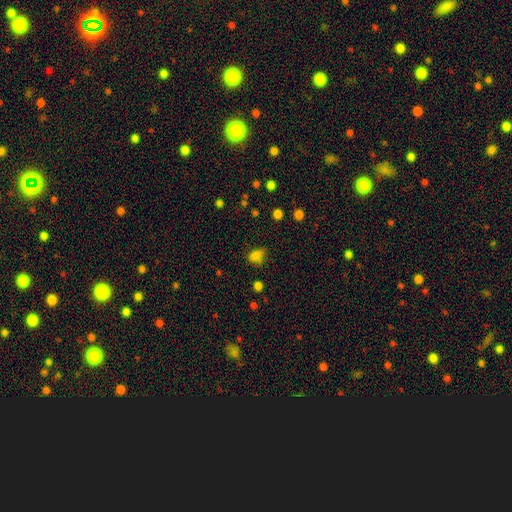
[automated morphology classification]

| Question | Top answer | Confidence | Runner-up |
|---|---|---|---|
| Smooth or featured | smooth | 77% | star or artifact (16%) |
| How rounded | in between | 75% | round (22%) |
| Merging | none | 55% | minor disturbance (29%) |